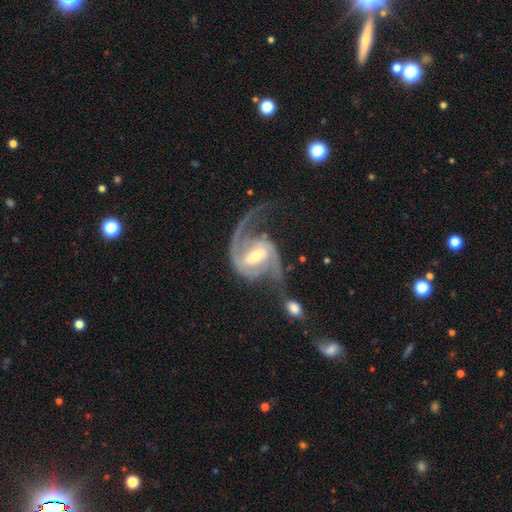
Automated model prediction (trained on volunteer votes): A featured or disk galaxy (91%) with a weak bar (47%), 2 (87%) medium (45%) spiral arms (98%) and a moderate central bulge (52%).

Vote fractions:
- Smooth or featured? featured or disk: 91% / star or artifact: 4% / smooth: 4%
- Edge-on disk? no: 98% / yes: 2%
- Bar? weak: 47% / strong: 42% / no: 11%
- Spiral arms? yes: 98% / no: 2%
- Spiral winding? medium: 45% / loose: 40% / tight: 15%
- Spiral arm count? 2: 87% / 1: 6% / can't tell: 3% / 3: 2% / 4: 1% / more than 4: 1%
- Bulge size? moderate: 52% / small: 38% / large: 7% / none: 3% / dominant: 1%
- Merging? none: 42% / major disturbance: 25% / merger: 18% / minor disturbance: 16%